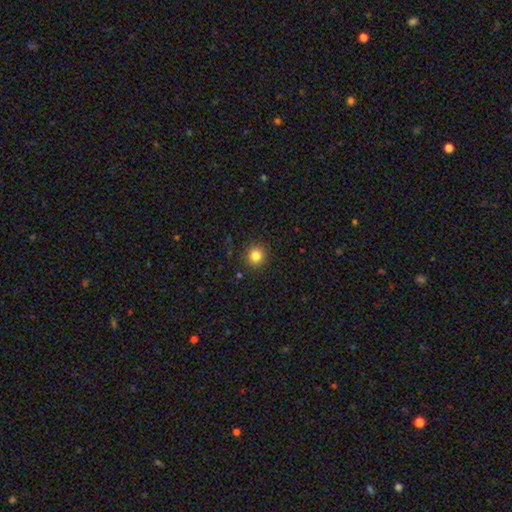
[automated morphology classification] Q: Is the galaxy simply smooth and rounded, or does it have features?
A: smooth — 83%.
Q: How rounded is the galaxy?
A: round — 92%.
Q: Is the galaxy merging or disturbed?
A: none — 91%.